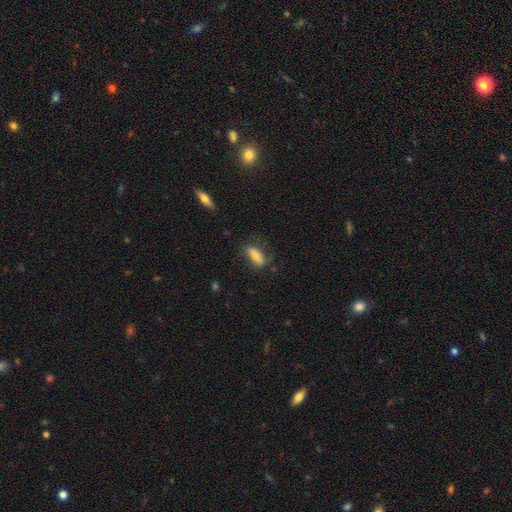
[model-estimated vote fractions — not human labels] Overall: smooth (74%). How rounded: in between (69%). Merging: none (63%; minor disturbance 23%).